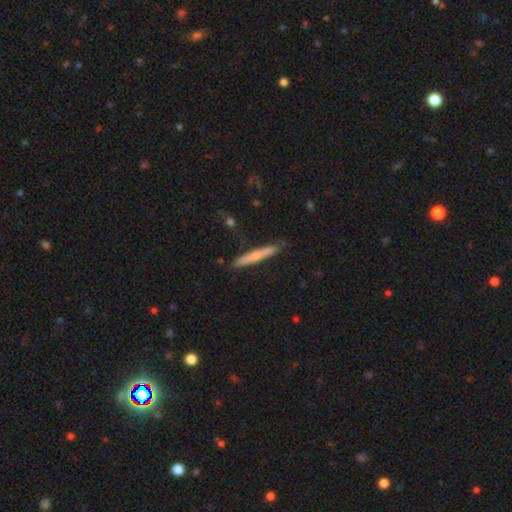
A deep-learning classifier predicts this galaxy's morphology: smooth 62%, featured or disk 32%, star or artifact 6%. Down the decision tree: how rounded — cigar-shaped (96%); merging — none (87%).